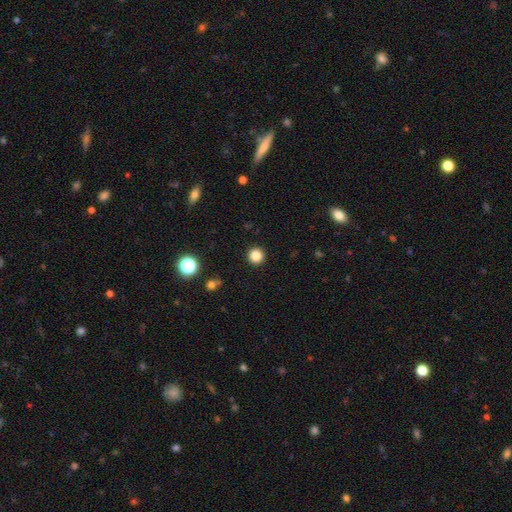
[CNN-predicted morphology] This appears to be a smooth galaxy with no disk features (84%) that is round (95%). Merging: none (93%).